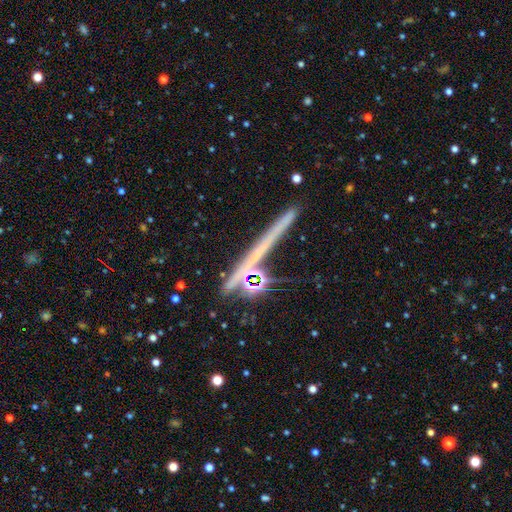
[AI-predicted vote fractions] featured or disk 40%, star or artifact 33%, smooth 28%. Down the decision tree: merging — none (56%).